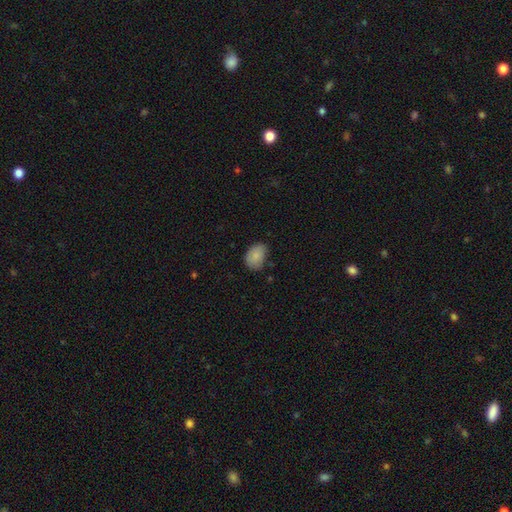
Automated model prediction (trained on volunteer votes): Smooth or featured? smooth (85%)
How rounded? in between (82%)
Merging? none (65%)